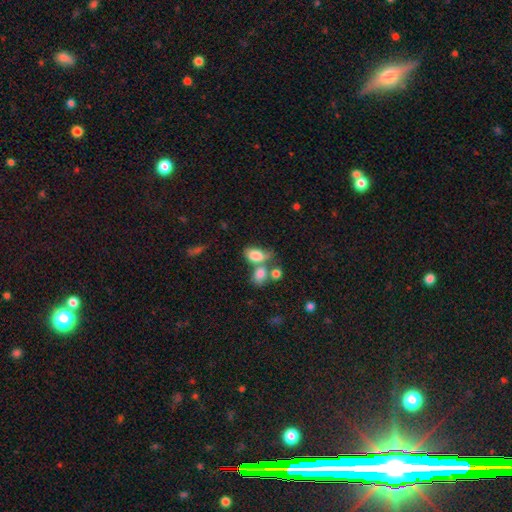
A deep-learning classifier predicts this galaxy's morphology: This is clearly a smooth galaxy (80%). How rounded: clearly in between (87%). Merging: possibly merger (46%).